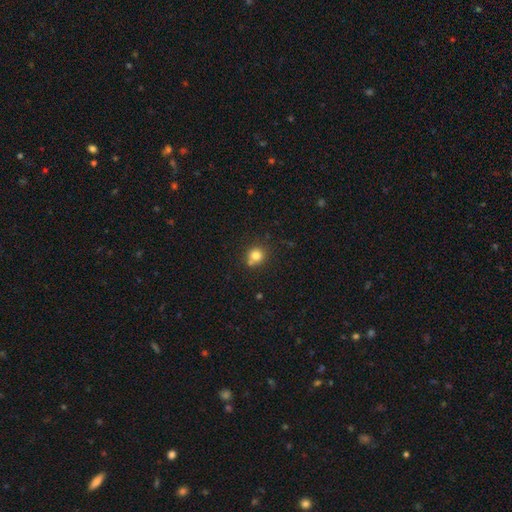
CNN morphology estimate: Overall: smooth (79%). How rounded: round (87%). Merging: none (63%).